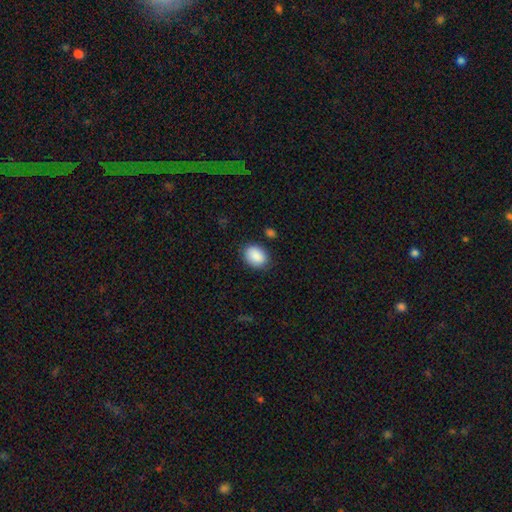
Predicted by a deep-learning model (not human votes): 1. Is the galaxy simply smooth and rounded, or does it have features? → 90% smooth, 7% star or artifact, 4% featured or disk.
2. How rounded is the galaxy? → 70% in between, 29% round, 1% cigar-shaped.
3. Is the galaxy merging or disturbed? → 82% none, 13% minor disturbance, 3% major disturbance, 2% merger.